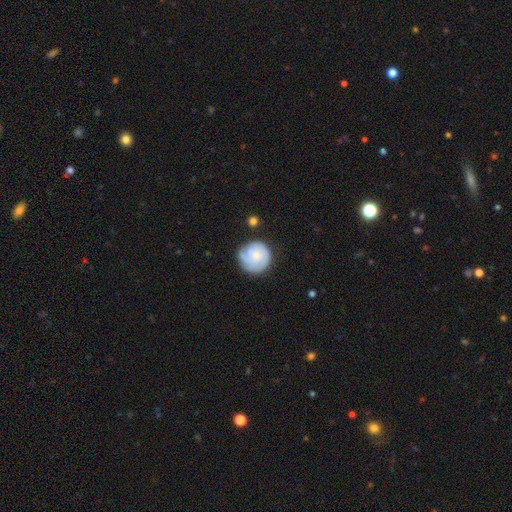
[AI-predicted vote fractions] Smooth or featured: featured or disk — 47% (smooth — 46%)
Merging: none — 68% (minor disturbance — 21%)